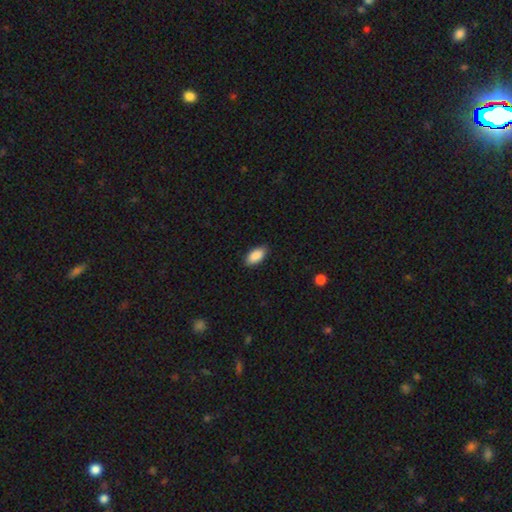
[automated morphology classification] This is clearly a smooth galaxy (90%). How rounded: clearly in between (94%). Merging: clearly none (88%).